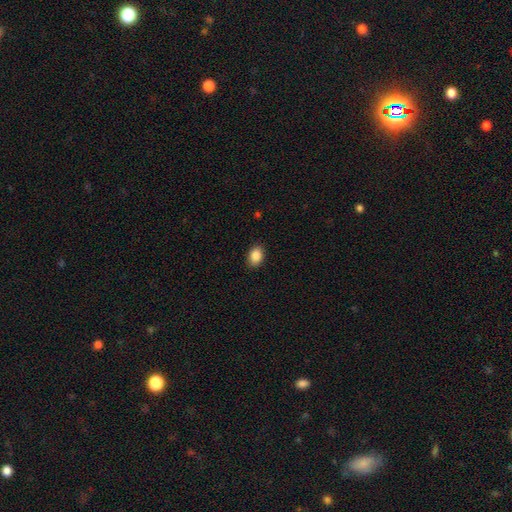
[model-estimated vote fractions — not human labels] smooth_or_featured: smooth (p=0.88) [alt: star or artifact p=0.08]
how_rounded: in between (p=0.78) [alt: round p=0.21]
merging: none (p=0.88) [alt: minor disturbance p=0.09]